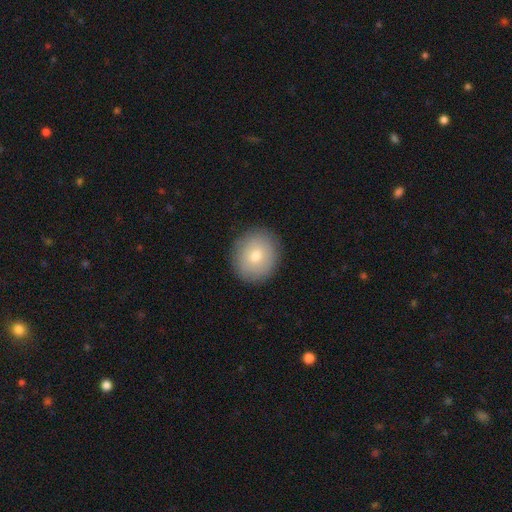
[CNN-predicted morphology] The model was most divided on "smooth or featured": smooth: 73%, featured or disk: 18%, star or artifact: 9%. More confident: merging — none (89%); how rounded — round (80%).